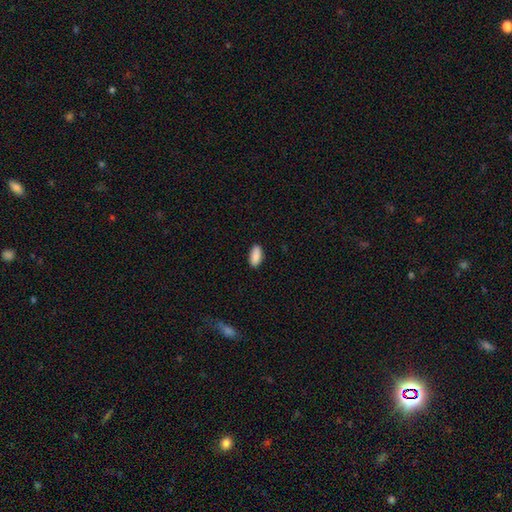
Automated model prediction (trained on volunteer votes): Smooth or featured? Predicted: smooth (p=0.90). How rounded? Predicted: in between (p=0.89). Merging? Predicted: none (p=0.88).